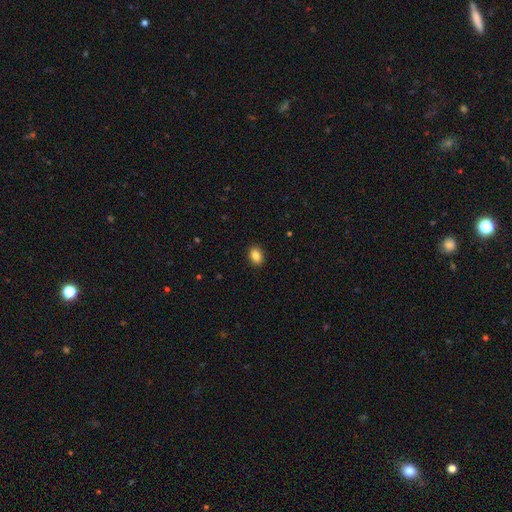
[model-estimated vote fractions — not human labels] Morphology: type=smooth (85%); roundness=in between (70%); merging=none (91%).